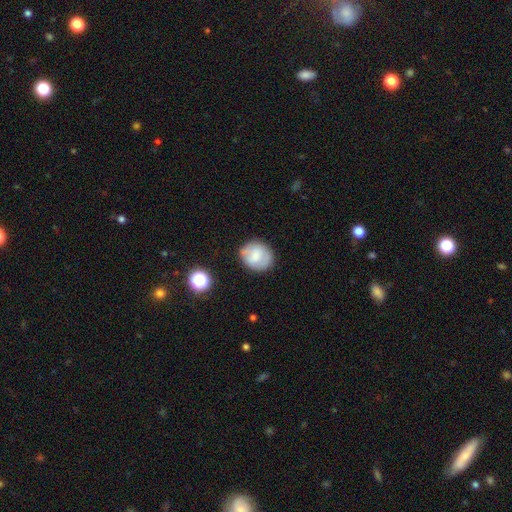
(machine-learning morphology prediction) Smooth or featured? Predicted: smooth (p=0.65). How rounded? Predicted: round (p=0.69). Merging? Predicted: none (p=0.73).